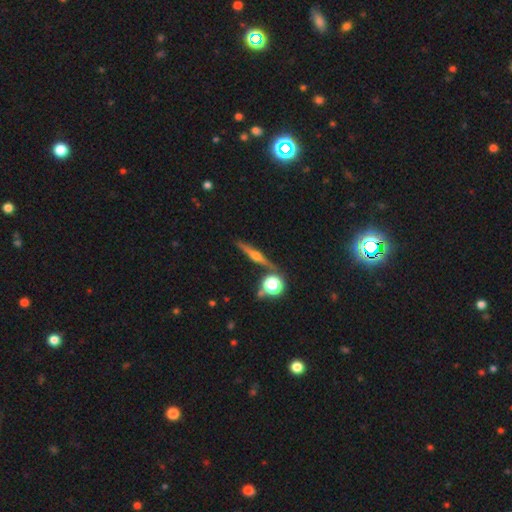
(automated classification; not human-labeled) Smooth or featured: featured or disk — 73% (smooth — 17%)
Edge-on disk: yes — 97% (no — 3%)
Edge-on bulge: rounded — 93% (boxy — 4%)
Merging: none — 86% (minor disturbance — 8%)